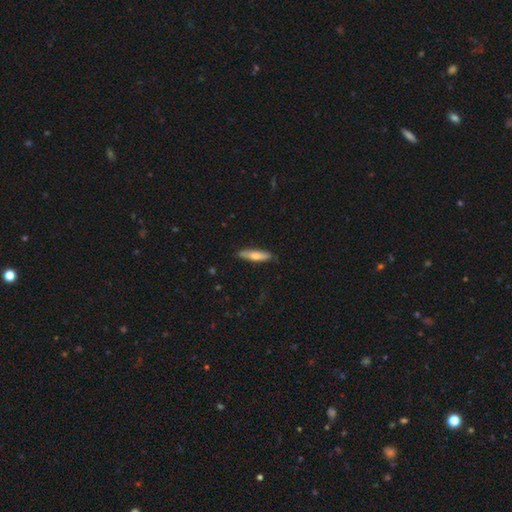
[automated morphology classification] smooth_or_featured: smooth (p=0.65) [alt: featured or disk p=0.29]
how_rounded: cigar-shaped (p=0.72) [alt: in between p=0.26]
merging: none (p=0.86) [alt: minor disturbance p=0.11]